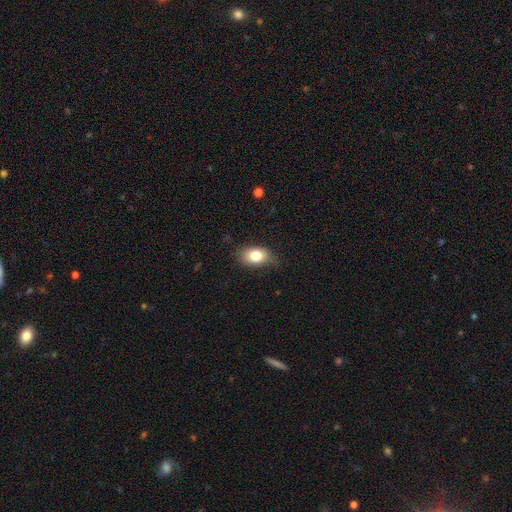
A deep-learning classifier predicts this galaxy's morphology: Smooth or featured?
  - smooth: 81% *
  - featured or disk: 11%
  - star or artifact: 8%
How rounded?
  - in between: 85% *
  - round: 13%
  - cigar-shaped: 2%
Merging?
  - none: 76% *
  - minor disturbance: 19%
  - major disturbance: 4%
  - merger: 1%